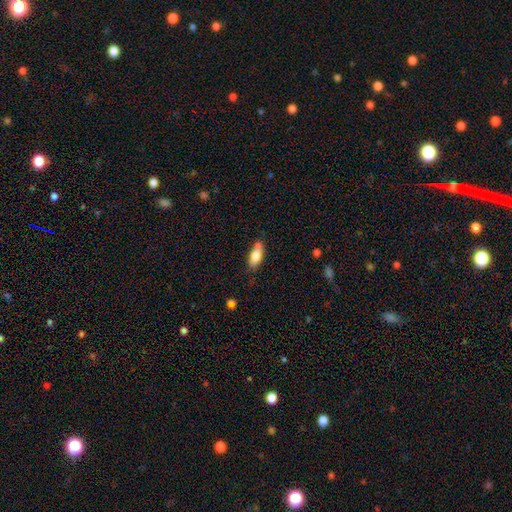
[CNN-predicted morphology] type=smooth (80%); roundness=in between (80%); merging=none (62%).